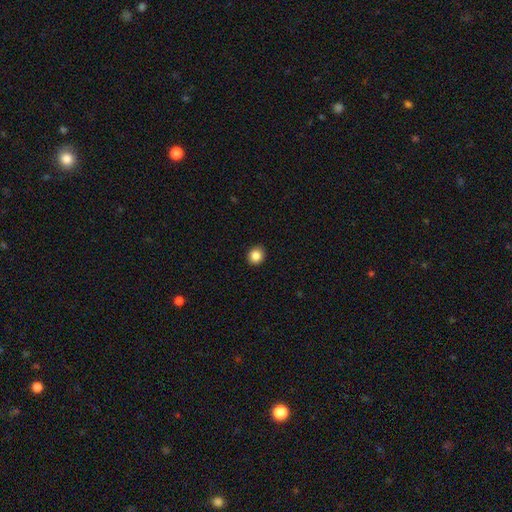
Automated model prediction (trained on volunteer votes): Smooth or featured?
  - smooth: 85% *
  - star or artifact: 10%
  - featured or disk: 5%
How rounded?
  - round: 80% *
  - in between: 19%
  - cigar-shaped: 1%
Merging?
  - none: 92% *
  - minor disturbance: 6%
  - major disturbance: 2%
  - merger: 1%